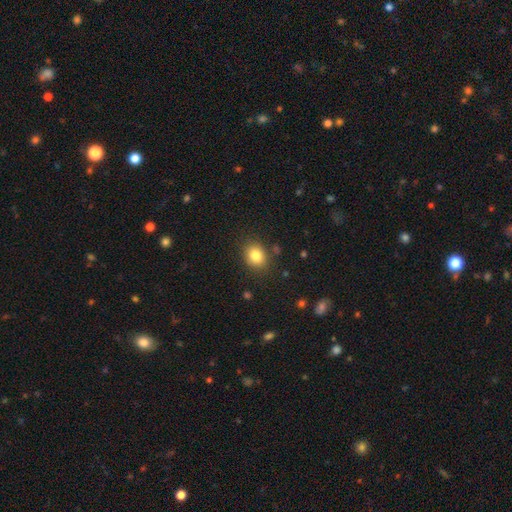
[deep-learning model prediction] Morphology: type=smooth (82%); roundness=round (62%); merging=none (85%).